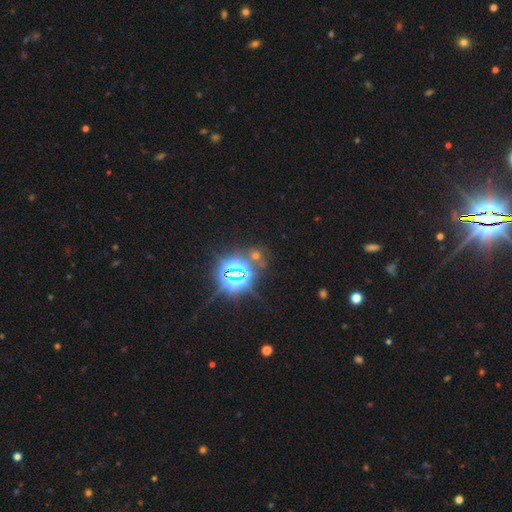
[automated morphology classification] Overall: star or artifact (73%).